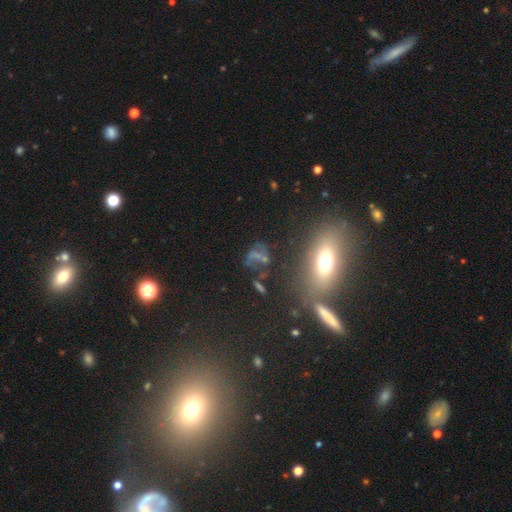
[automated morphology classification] smooth-or-featured: smooth: 37% | star or artifact: 33% | featured or disk: 30%
  merging: none: 62% | minor disturbance: 16% | major disturbance: 12% | merger: 10%